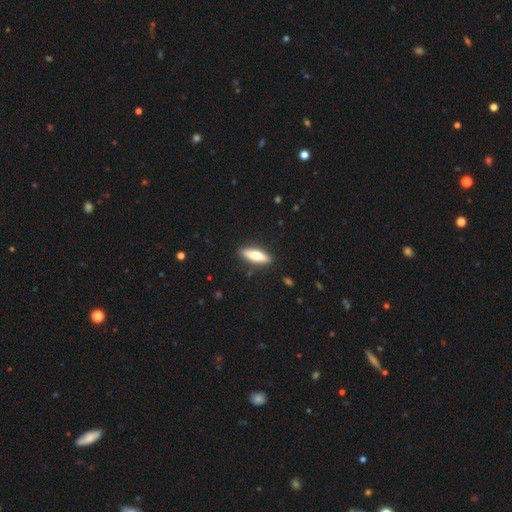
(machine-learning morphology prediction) type=smooth (65%); roundness=cigar-shaped (52%); merging=none (88%).